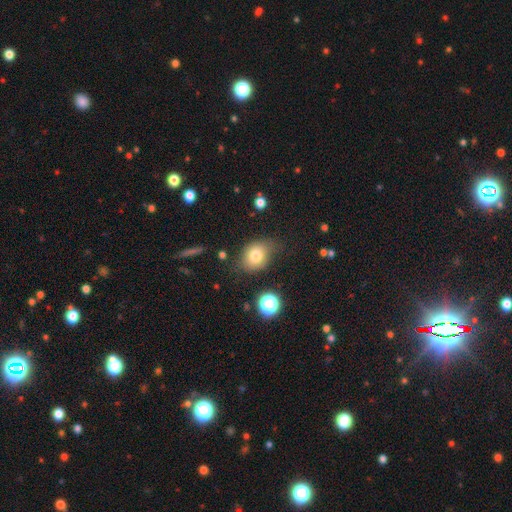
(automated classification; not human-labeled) Smooth or featured?
  - smooth: 77% *
  - star or artifact: 12%
  - featured or disk: 11%
How rounded?
  - in between: 52% *
  - round: 47%
  - cigar-shaped: 1%
Merging?
  - none: 65% *
  - minor disturbance: 24%
  - major disturbance: 8%
  - merger: 3%